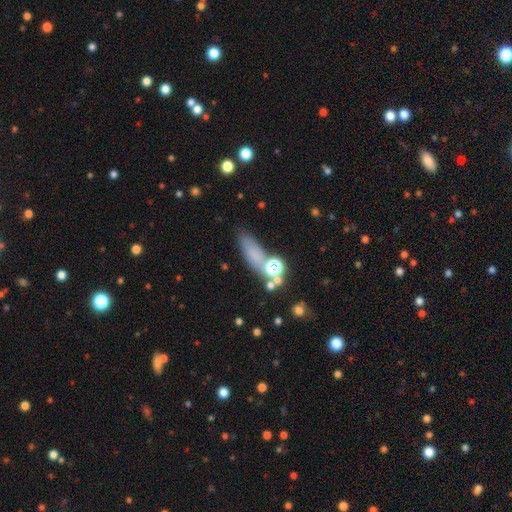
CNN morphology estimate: This is likely a smooth galaxy (60%). How rounded: possibly in between (47%). Merging: possibly none (59%).